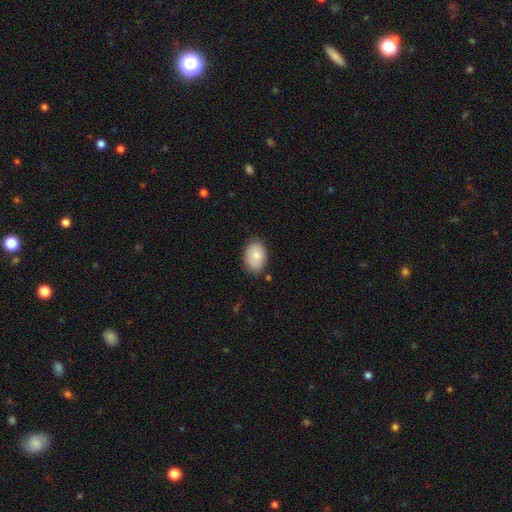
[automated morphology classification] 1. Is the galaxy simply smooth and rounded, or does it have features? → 84% smooth, 10% featured or disk, 7% star or artifact.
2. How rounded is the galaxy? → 84% in between, 15% round, 1% cigar-shaped.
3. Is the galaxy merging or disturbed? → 81% none, 15% minor disturbance, 3% major disturbance, 2% merger.